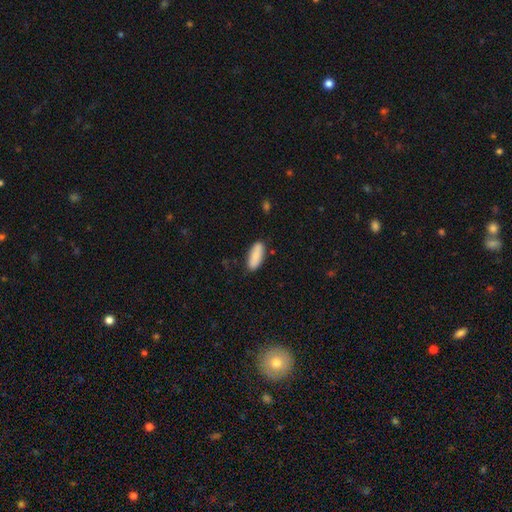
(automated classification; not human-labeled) Smooth or featured? Predicted: smooth (p=0.83). How rounded? Predicted: in between (p=0.76). Merging? Predicted: none (p=0.83).